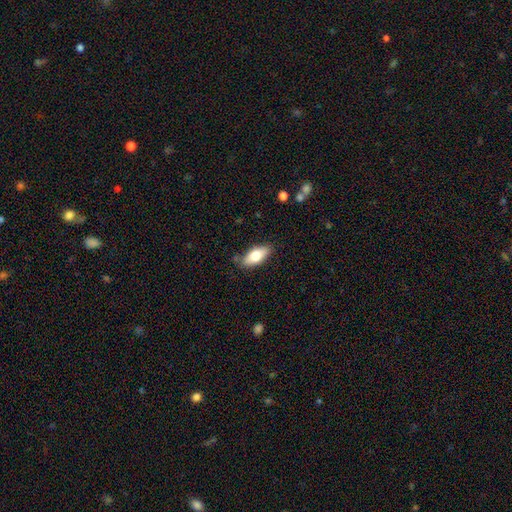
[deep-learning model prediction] Smooth or featured?
  - smooth: 73% *
  - featured or disk: 21%
  - star or artifact: 6%
How rounded?
  - in between: 82% *
  - cigar-shaped: 16%
  - round: 3%
Merging?
  - none: 83% *
  - minor disturbance: 13%
  - major disturbance: 2%
  - merger: 2%